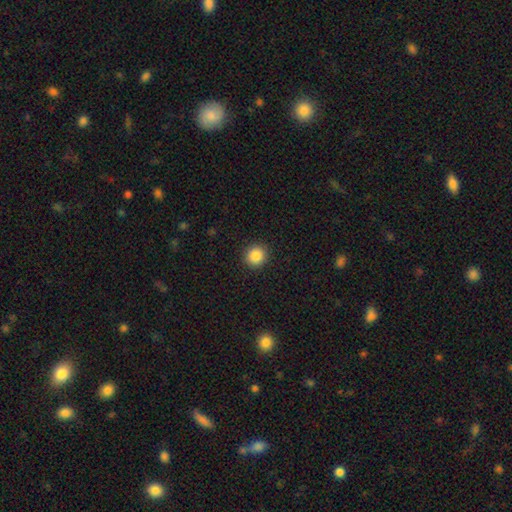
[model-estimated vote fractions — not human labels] Q: Smooth or featured?
A: smooth (86%); runner-up: star or artifact (10%)
Q: How rounded?
A: round (90%); runner-up: in between (9%)
Q: Merging?
A: none (92%); runner-up: minor disturbance (5%)